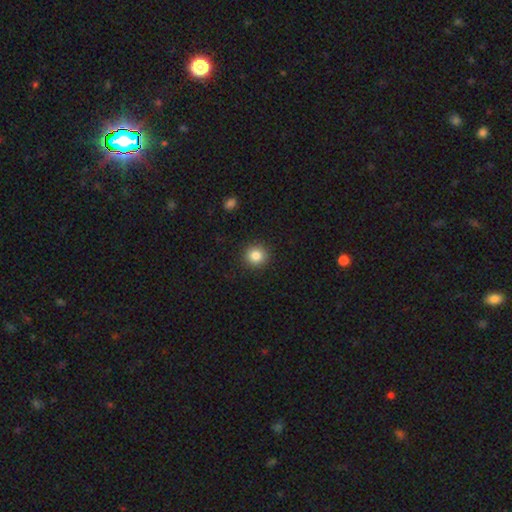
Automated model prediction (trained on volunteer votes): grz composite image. It shows a smooth galaxy with no disk features (85%) that is round (93%). Merging: none (92%).